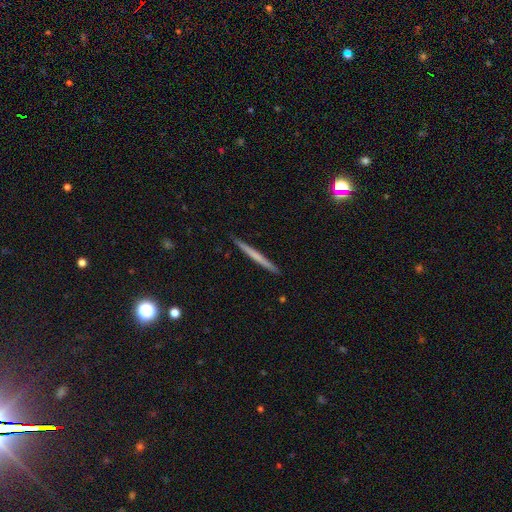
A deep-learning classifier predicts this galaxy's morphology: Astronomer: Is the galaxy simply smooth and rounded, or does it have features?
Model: smooth — 52% (runner-up: featured or disk, 42%).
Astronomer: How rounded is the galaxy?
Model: cigar-shaped — 97%.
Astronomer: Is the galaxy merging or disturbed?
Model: none — 92%.